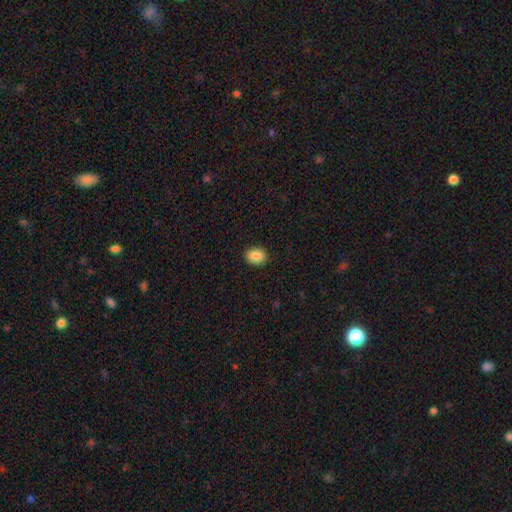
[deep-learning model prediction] Overall: smooth (87%). How rounded: in between (67%; round 31%). Merging: none (90%).